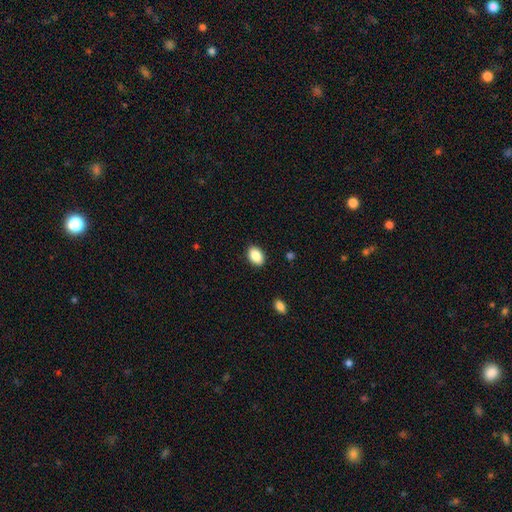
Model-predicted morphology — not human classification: The model was most divided on "how rounded": in between: 84%, round: 15%, cigar-shaped: 1%. More confident: merging — none (89%); smooth or featured — smooth (88%).